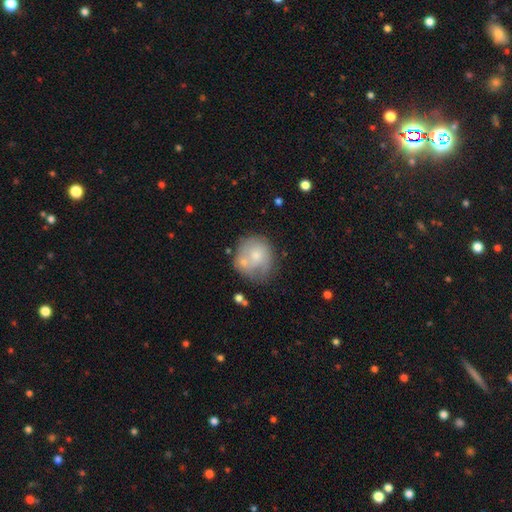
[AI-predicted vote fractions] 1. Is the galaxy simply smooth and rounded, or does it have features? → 59% smooth, 34% featured or disk, 7% star or artifact.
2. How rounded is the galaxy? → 78% round, 21% in between, 1% cigar-shaped.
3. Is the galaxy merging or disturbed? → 42% none, 26% merger, 22% minor disturbance, 11% major disturbance.